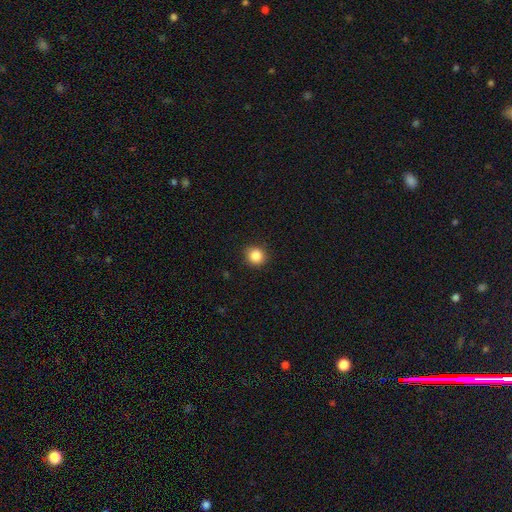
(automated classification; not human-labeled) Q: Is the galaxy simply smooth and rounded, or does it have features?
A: smooth — 85%.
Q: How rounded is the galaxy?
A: round — 88%.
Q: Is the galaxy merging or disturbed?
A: none — 89%.